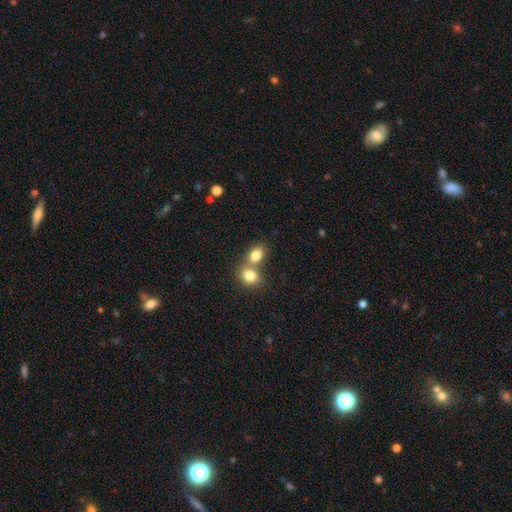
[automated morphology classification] A smooth galaxy with no disk features (82%) that is in between round and cigar-shaped (70%). Merging: merger (56%).